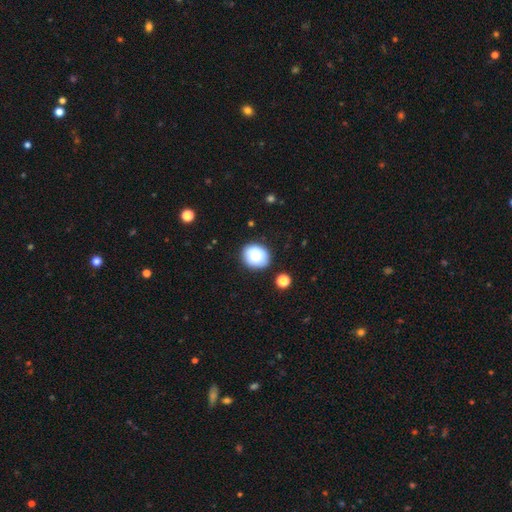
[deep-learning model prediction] smooth_or_featured: smooth (p=0.81) [alt: featured or disk p=0.11]
how_rounded: round (p=0.63) [alt: in between p=0.36]
merging: none (p=0.84) [alt: minor disturbance p=0.11]